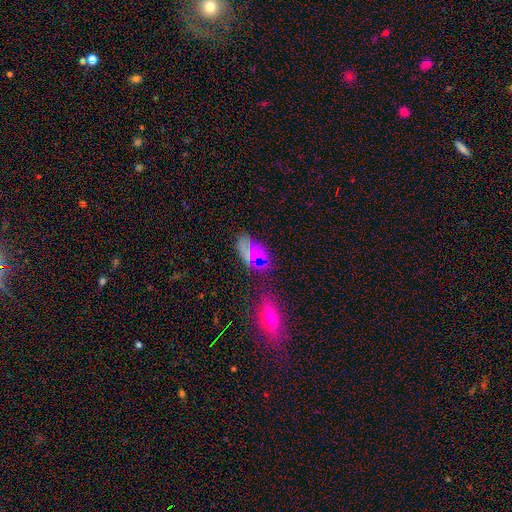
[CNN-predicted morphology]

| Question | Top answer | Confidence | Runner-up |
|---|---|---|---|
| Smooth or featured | smooth | 52% | star or artifact (25%) |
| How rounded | in between | 90% | round (7%) |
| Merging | none | 66% | minor disturbance (20%) |